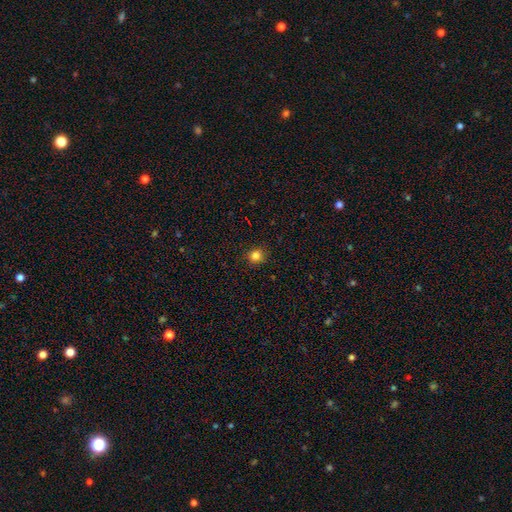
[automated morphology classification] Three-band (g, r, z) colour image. It shows a smooth galaxy with no disk features (84%) that is round (87%). Merging: none (90%).